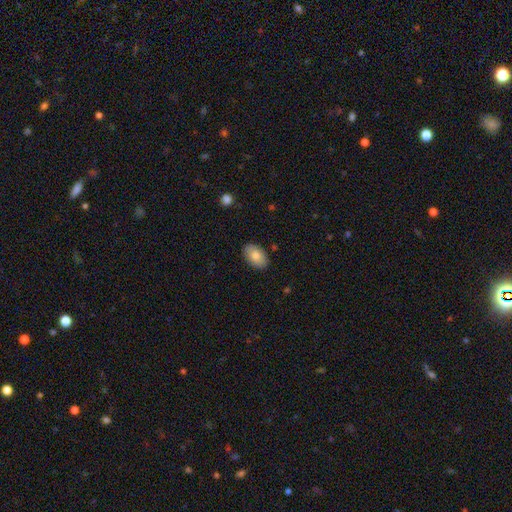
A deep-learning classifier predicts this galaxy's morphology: Smooth or featured: smooth — 81% (featured or disk — 13%)
How rounded: in between — 92% (round — 7%)
Merging: none — 87% (minor disturbance — 10%)